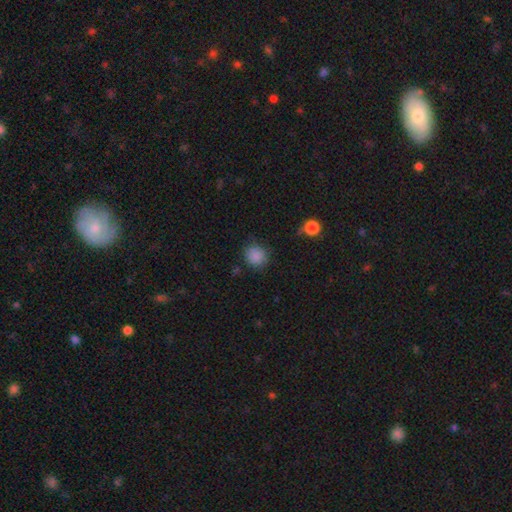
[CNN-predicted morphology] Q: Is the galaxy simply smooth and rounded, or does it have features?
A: smooth — 86%.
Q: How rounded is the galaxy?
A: round — 83%.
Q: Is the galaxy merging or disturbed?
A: none — 79%.